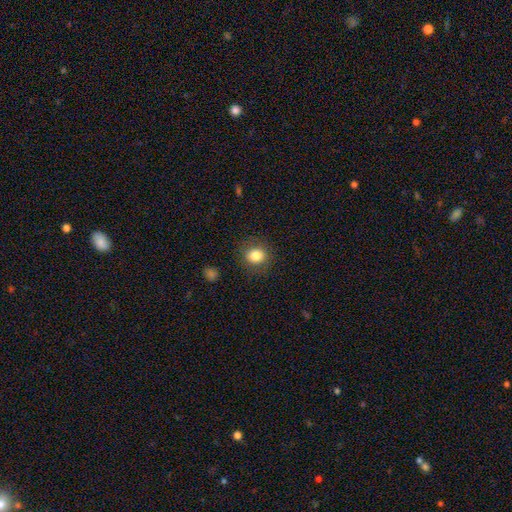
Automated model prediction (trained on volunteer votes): Morphology: type=smooth (83%); roundness=round (74%); merging=none (86%).